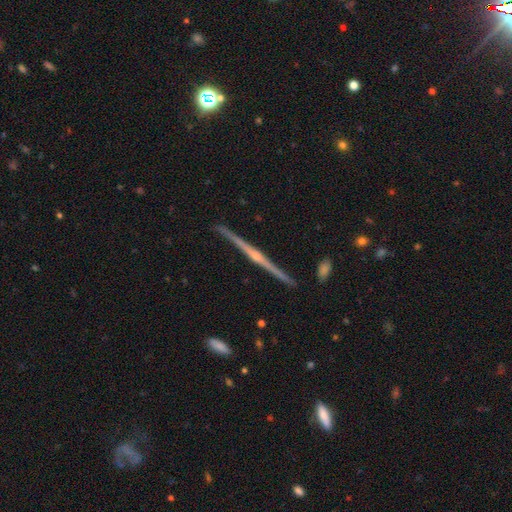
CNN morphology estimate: The model was most divided on "edge-on bulge": rounded: 80%, none: 13%, boxy: 7%. More confident: edge-on disk — yes (99%); merging — none (92%); smooth or featured — featured or disk (86%).